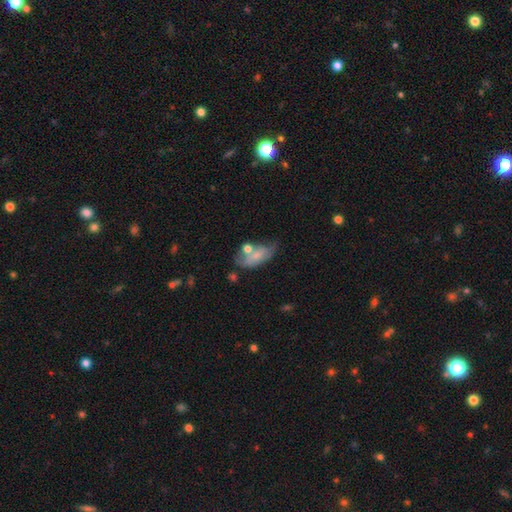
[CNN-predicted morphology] smooth_or_featured: smooth (p=0.63) [alt: featured or disk p=0.29]
how_rounded: in between (p=0.88) [alt: cigar-shaped p=0.07]
merging: none (p=0.35) [alt: minor disturbance p=0.28]